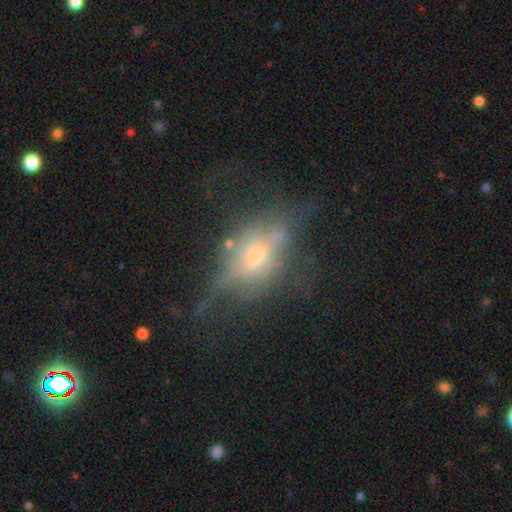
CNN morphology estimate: Smooth or featured: featured or disk — 69% (smooth — 20%)
Edge-on disk: yes — 71% (no — 29%)
Merging: none — 45% (major disturbance — 28%)